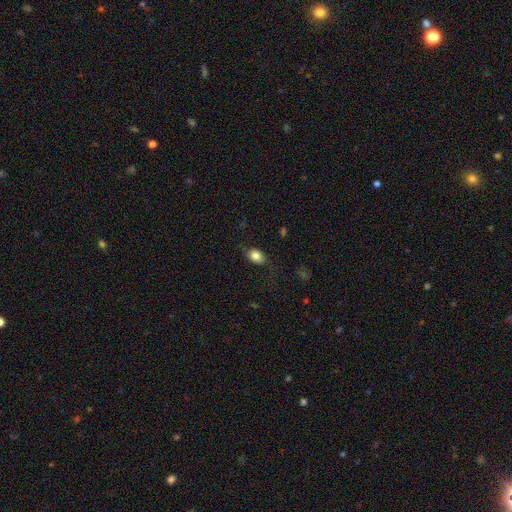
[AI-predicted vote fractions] A smooth galaxy with no disk features (81%) that is in between round and cigar-shaped (81%).

Vote fractions:
- Smooth or featured? smooth: 81% / featured or disk: 10% / star or artifact: 8%
- How rounded? in between: 81% / round: 18% / cigar-shaped: 2%
- Merging? none: 74% / minor disturbance: 17% / major disturbance: 8% / merger: 1%